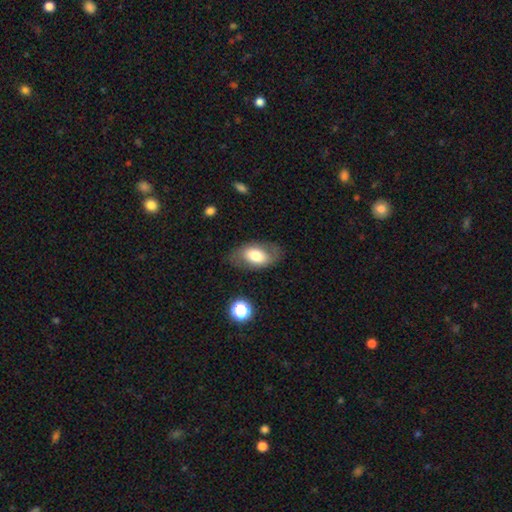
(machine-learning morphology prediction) smooth_or_featured: smooth (p=0.64) [alt: featured or disk p=0.29]
how_rounded: in between (p=0.91) [alt: round p=0.07]
merging: none (p=0.72) [alt: minor disturbance p=0.18]